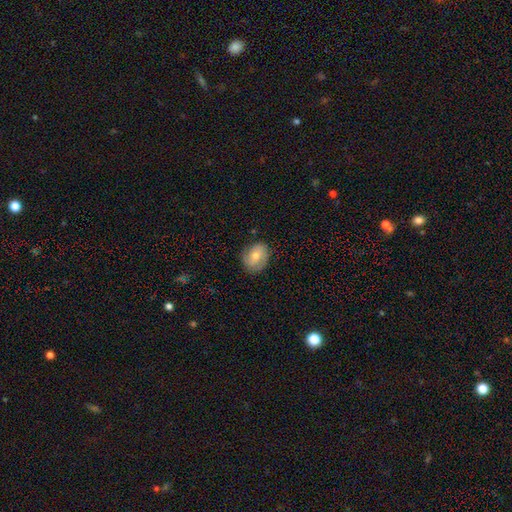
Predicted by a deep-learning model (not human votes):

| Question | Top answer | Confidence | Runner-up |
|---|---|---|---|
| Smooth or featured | smooth | 52% | featured or disk (39%) |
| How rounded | round | 50% | in between (49%) |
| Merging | none | 77% | minor disturbance (17%) |